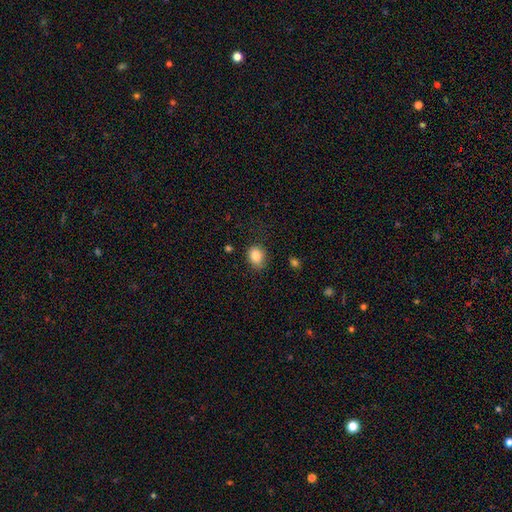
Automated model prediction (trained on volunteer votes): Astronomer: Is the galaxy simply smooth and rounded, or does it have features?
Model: smooth — 84%.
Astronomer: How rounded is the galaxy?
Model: round — 50% (runner-up: in between, 49%).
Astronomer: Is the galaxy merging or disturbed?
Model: none — 77%.